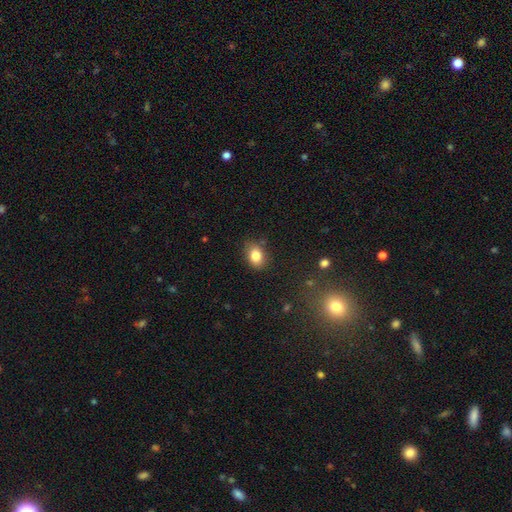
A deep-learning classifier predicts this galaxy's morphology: The model was most divided on "how rounded": in between: 72%, round: 27%, cigar-shaped: 1%. More confident: smooth or featured — smooth (84%); merging — none (79%).